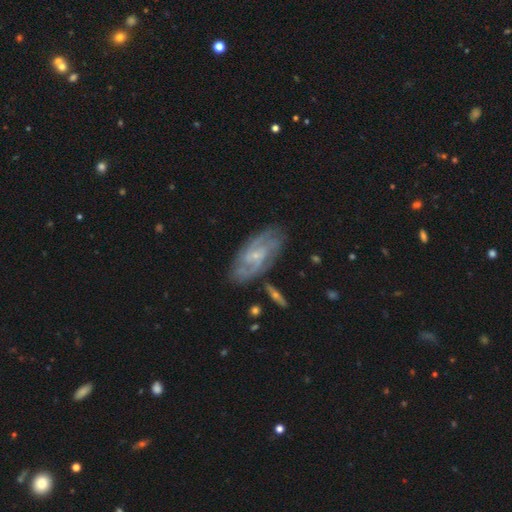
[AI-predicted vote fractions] featured or disk 82%, smooth 12%, star or artifact 6%. Down the decision tree: edge-on disk — no (94%); bar — no (48%); spiral arms — yes (94%); spiral arm count — 2 (45%); spiral winding — medium (44%); bulge size — small (76%); merging — none (74%).